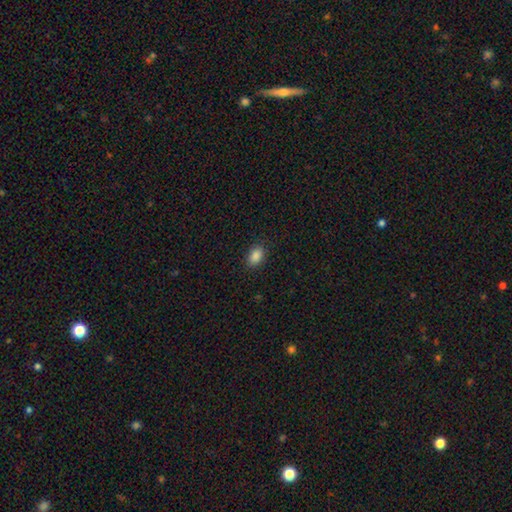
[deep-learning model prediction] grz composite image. It shows a smooth galaxy with no disk features (87%) that is in between round and cigar-shaped (84%). Merging: none (88%).